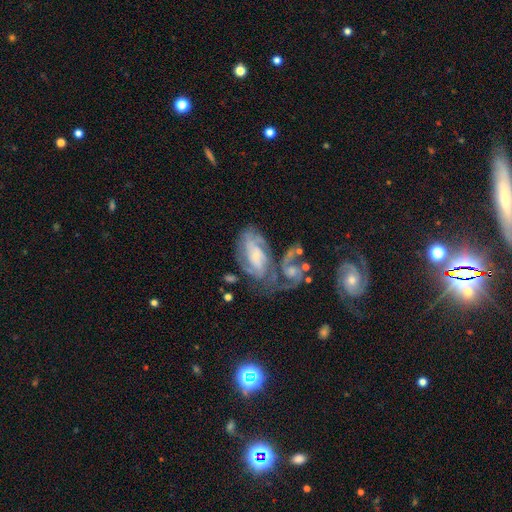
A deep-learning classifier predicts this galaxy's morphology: Smooth or featured? featured or disk (78%)
Edge-on disk? no (95%)
Bar? no (53%)
Spiral arms? yes (90%)
Spiral winding? tight (47%)
Spiral arm count? can't tell (33%)
Bulge size? small (61%)
Merging? merger (35%)